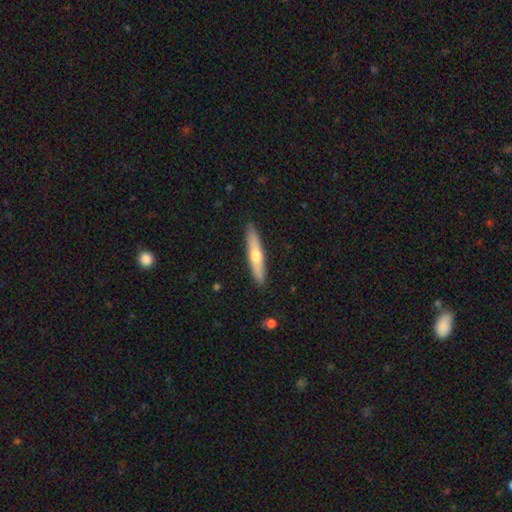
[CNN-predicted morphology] smooth-or-featured: smooth: 51% | featured or disk: 44% | star or artifact: 5%
  how-rounded: cigar-shaped: 88% | in between: 11% | round: 2%
  merging: none: 90% | minor disturbance: 7% | major disturbance: 1% | merger: 1%